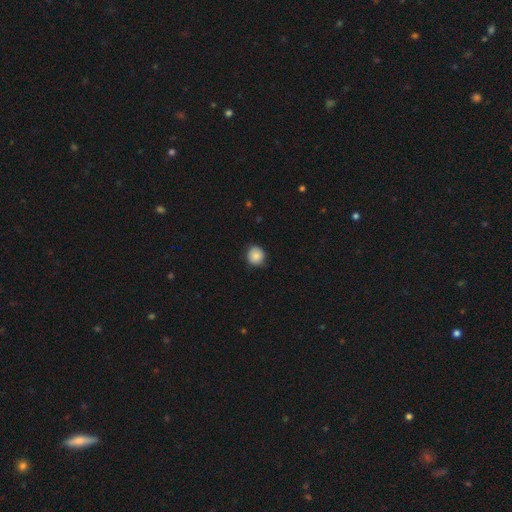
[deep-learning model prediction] Morphology: type=smooth (85%); roundness=round (90%); merging=none (82%).